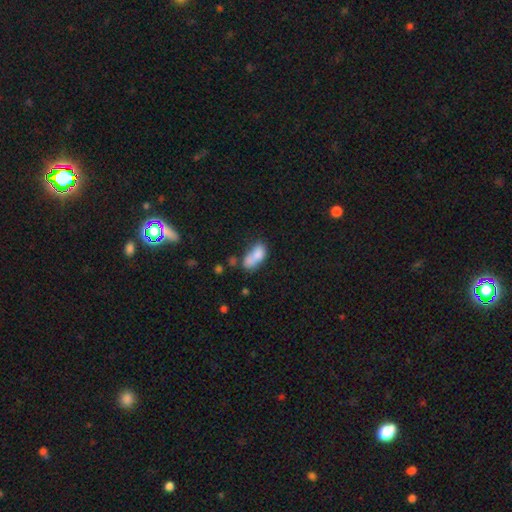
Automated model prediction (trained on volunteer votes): Smooth or featured? Predicted: smooth (p=0.74). How rounded? Predicted: in between (p=0.85). Merging? Predicted: merger (p=0.46).